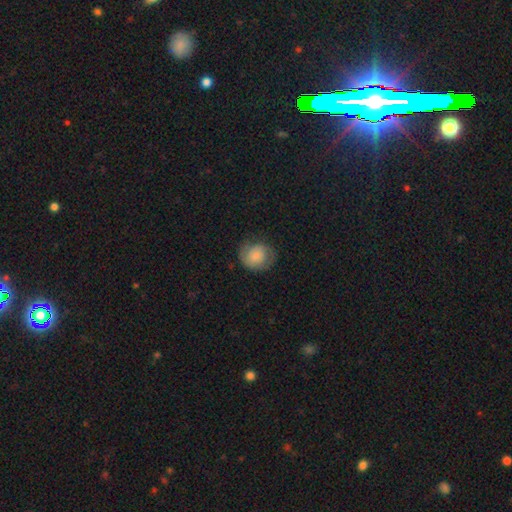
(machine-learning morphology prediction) This appears to be a smooth galaxy with no disk features (56%) that is round (71%). Merging: none (67%).